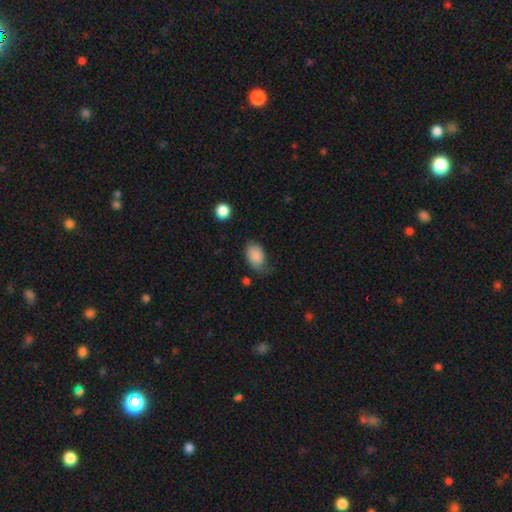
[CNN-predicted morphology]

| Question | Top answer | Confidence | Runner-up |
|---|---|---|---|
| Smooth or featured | smooth | 86% | featured or disk (7%) |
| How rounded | in between | 88% | round (11%) |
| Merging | none | 52% | minor disturbance (33%) |